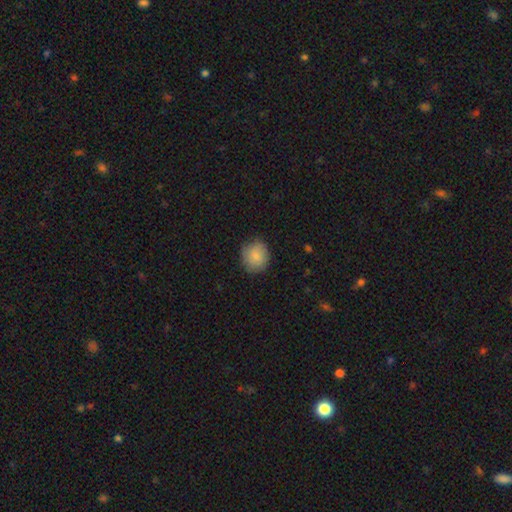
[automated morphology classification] smooth_or_featured: smooth (p=0.84) [alt: featured or disk p=0.09]
how_rounded: round (p=0.82) [alt: in between p=0.17]
merging: none (p=0.78) [alt: minor disturbance p=0.17]